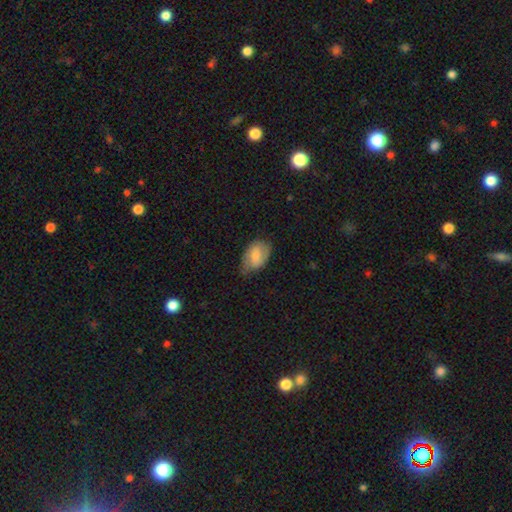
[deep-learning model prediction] Smooth or featured?
  - smooth: 71% *
  - featured or disk: 23%
  - star or artifact: 7%
How rounded?
  - in between: 88% *
  - round: 11%
  - cigar-shaped: 1%
Merging?
  - none: 55% *
  - minor disturbance: 34%
  - major disturbance: 9%
  - merger: 1%